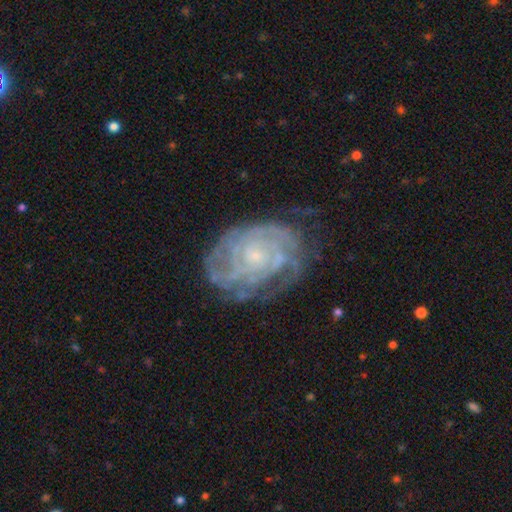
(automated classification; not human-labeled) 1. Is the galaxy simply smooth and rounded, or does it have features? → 85% featured or disk, 8% smooth, 7% star or artifact.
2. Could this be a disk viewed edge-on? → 97% no, 3% yes.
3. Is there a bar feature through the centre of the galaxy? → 74% no, 21% weak, 5% strong.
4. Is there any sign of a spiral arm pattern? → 95% yes, 5% no.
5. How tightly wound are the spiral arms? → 76% tight, 20% medium, 4% loose.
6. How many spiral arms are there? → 40% can't tell, 16% 4, 15% 3, 15% 2, 9% more than 4, 6% 1.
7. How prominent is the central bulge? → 76% small, 16% moderate, 5% none, 1% large, 1% dominant.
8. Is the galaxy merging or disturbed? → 68% none, 21% minor disturbance, 10% major disturbance, 2% merger.